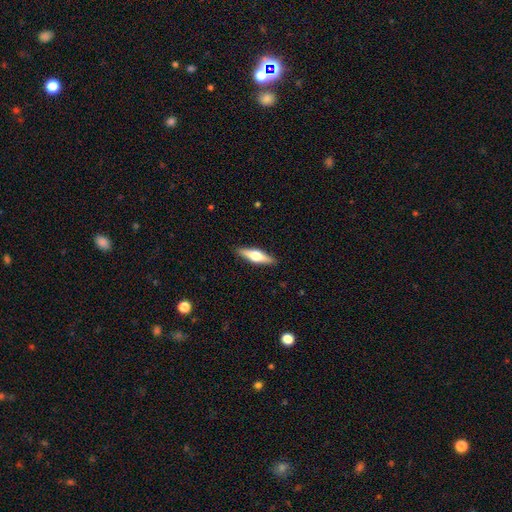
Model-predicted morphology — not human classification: This appears to be a featured or disk galaxy (51%) viewed edge-on (95%). Merging: none (90%).